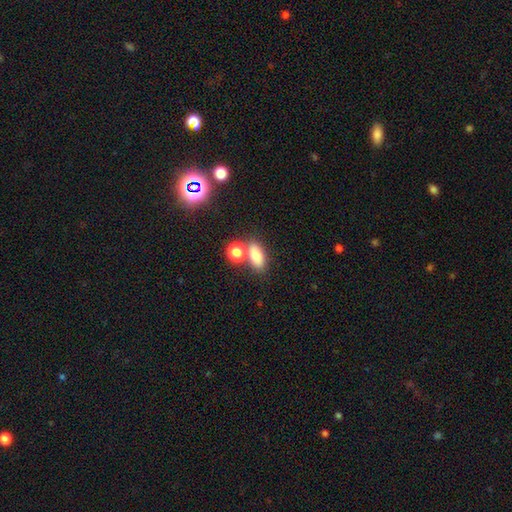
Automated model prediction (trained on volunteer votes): Smooth or featured?
  - smooth: 77% *
  - star or artifact: 12%
  - featured or disk: 11%
How rounded?
  - in between: 77% *
  - round: 14%
  - cigar-shaped: 9%
Merging?
  - none: 61% *
  - merger: 24%
  - minor disturbance: 11%
  - major disturbance: 4%